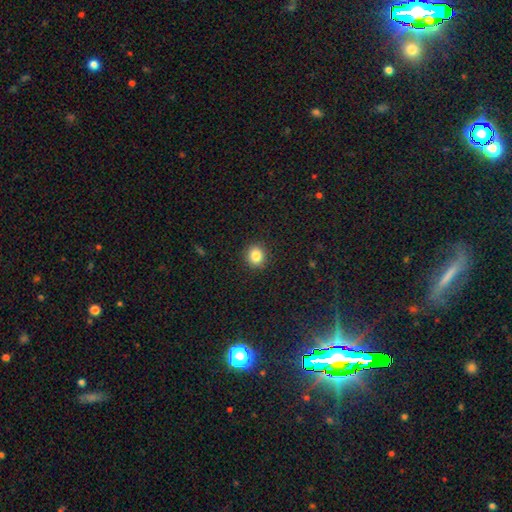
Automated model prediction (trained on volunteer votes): smooth_or_featured: smooth (p=0.84) [alt: star or artifact p=0.11]
how_rounded: round (p=0.85) [alt: in between p=0.14]
merging: none (p=0.91) [alt: minor disturbance p=0.06]